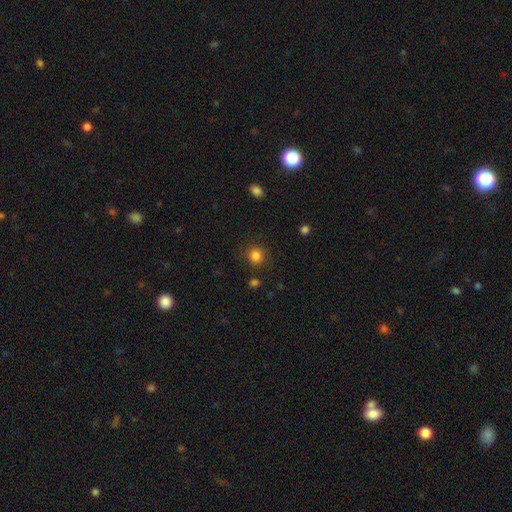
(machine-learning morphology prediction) A smooth galaxy with no disk features (84%) that is round (90%). Merging: none (87%).